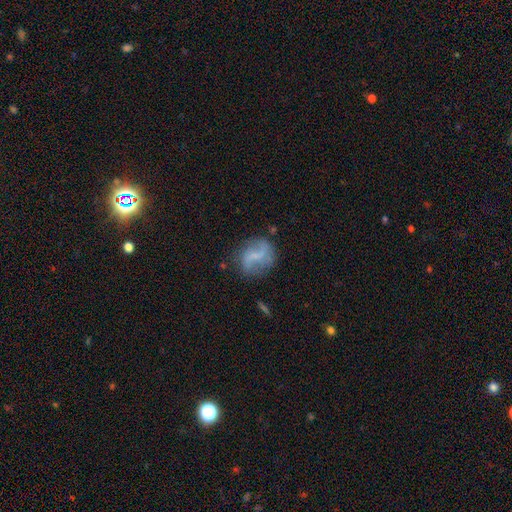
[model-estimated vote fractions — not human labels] smooth-or-featured: featured or disk: 62% | smooth: 30% | star or artifact: 9%
  disk-edge-on: no: 97% | yes: 3%
    bar: weak: 45% | no: 33% | strong: 22%
    has-spiral-arms: yes: 82% | no: 18%
    bulge-size: none: 46% | small: 38% | moderate: 14% | large: 2% | dominant: 1%
  merging: none: 67% | minor disturbance: 20% | major disturbance: 10% | merger: 3%